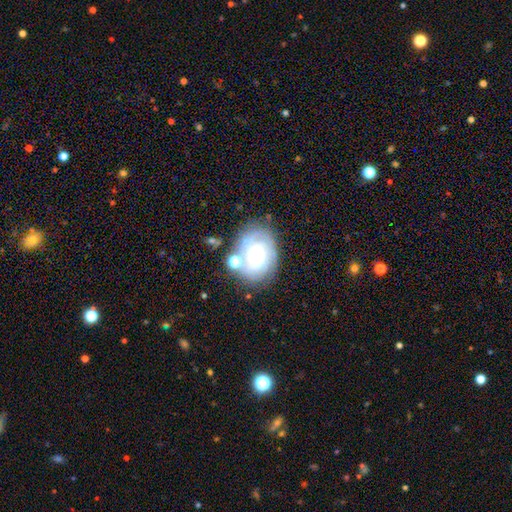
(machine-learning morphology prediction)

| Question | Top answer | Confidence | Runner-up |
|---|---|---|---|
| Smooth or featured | featured or disk | 66% | smooth (24%) |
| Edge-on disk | no | 96% | yes (4%) |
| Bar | no | 71% | weak (23%) |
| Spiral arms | yes | 83% | no (17%) |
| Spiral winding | tight | 65% | medium (27%) |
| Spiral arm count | can't tell | 42% | 2 (25%) |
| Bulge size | moderate | 53% | large (21%) |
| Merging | none | 62% | minor disturbance (18%) |